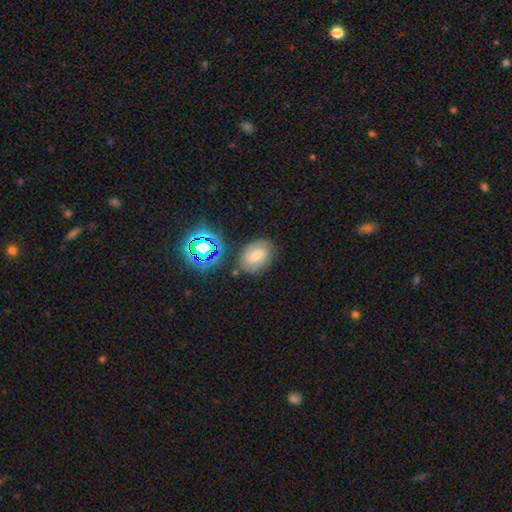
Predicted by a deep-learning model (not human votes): Overall: featured or disk (39%; smooth 37%). Merging: none (76%).